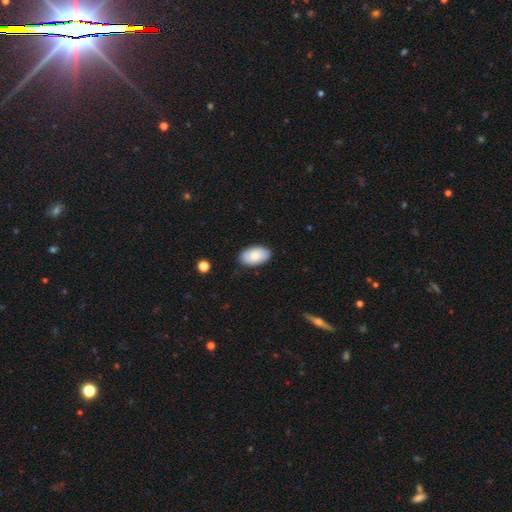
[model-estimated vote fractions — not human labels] smooth-or-featured: smooth: 81% | featured or disk: 13% | star or artifact: 6%
  how-rounded: in between: 94% | round: 5% | cigar-shaped: 1%
  merging: none: 85% | minor disturbance: 12% | major disturbance: 2% | merger: 1%